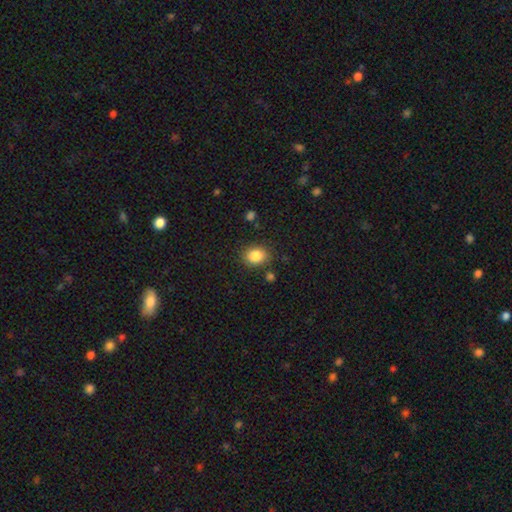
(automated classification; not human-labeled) smooth 85%, star or artifact 9%, featured or disk 5%. Down the decision tree: how rounded — round (50%); merging — none (83%).